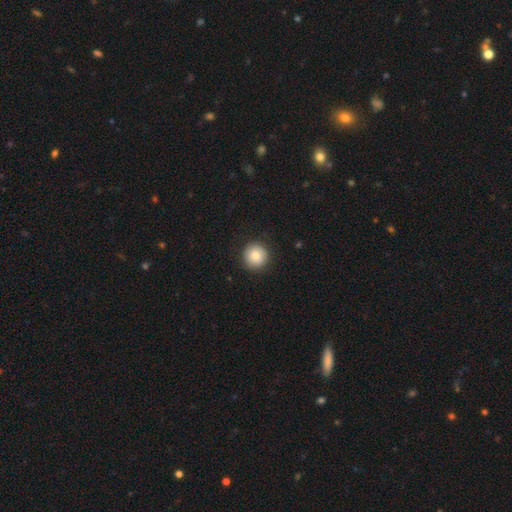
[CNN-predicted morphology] The model was most divided on "smooth or featured": smooth: 85%, star or artifact: 8%, featured or disk: 7%. More confident: how rounded — round (95%); merging — none (91%).